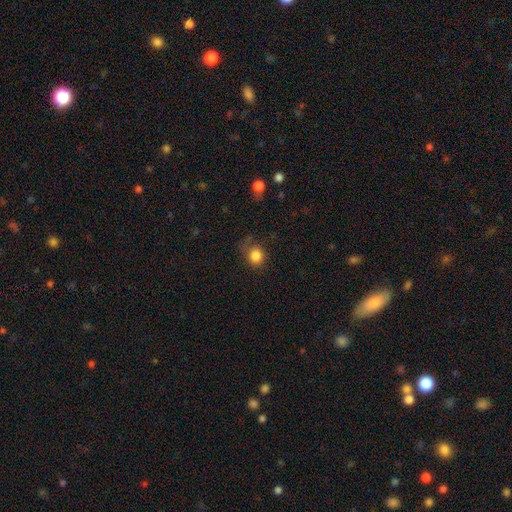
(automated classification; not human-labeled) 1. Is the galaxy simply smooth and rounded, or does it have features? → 84% smooth, 10% star or artifact, 6% featured or disk.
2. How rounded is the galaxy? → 76% round, 23% in between, 1% cigar-shaped.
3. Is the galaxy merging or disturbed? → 61% none, 24% minor disturbance, 13% major disturbance, 2% merger.